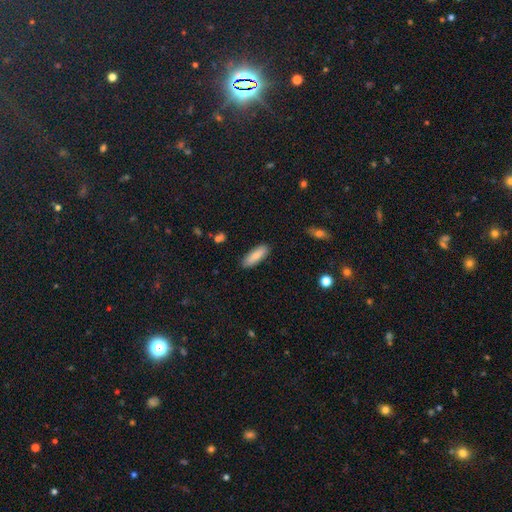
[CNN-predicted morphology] smooth-or-featured: smooth: 83% | featured or disk: 10% | star or artifact: 6%
  how-rounded: in between: 60% | cigar-shaped: 38% | round: 2%
  merging: none: 88% | minor disturbance: 9% | major disturbance: 2% | merger: 1%